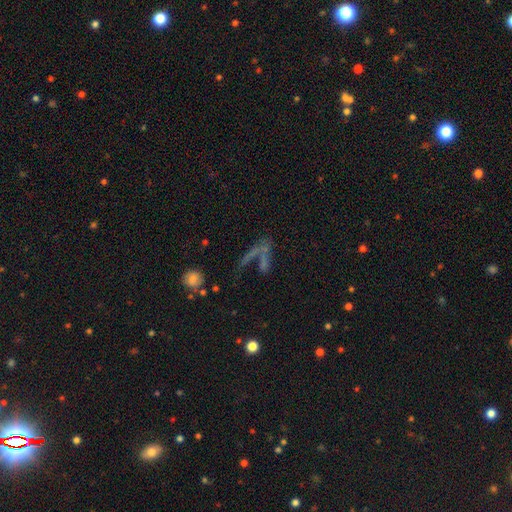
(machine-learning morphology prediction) Q: Smooth or featured?
A: featured or disk (38%); runner-up: smooth (32%)
Q: Merging?
A: none (39%); runner-up: major disturbance (28%)